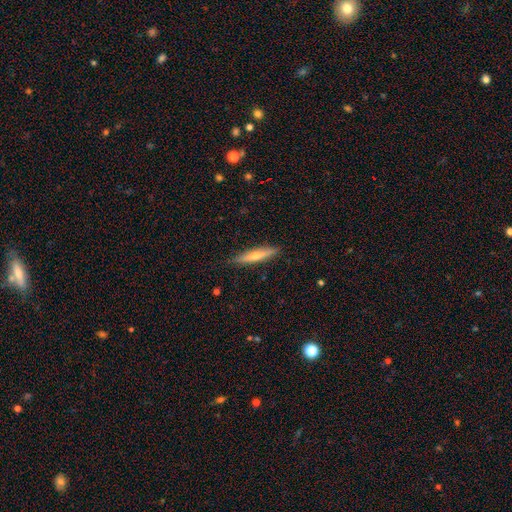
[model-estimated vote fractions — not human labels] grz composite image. It shows a smooth galaxy with no disk features (47%). Merging: none (88%).